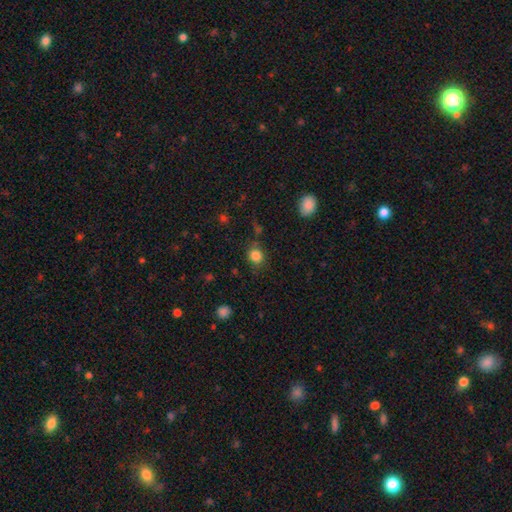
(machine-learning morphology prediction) Smooth or featured? smooth (84%)
How rounded? round (78%)
Merging? none (77%)